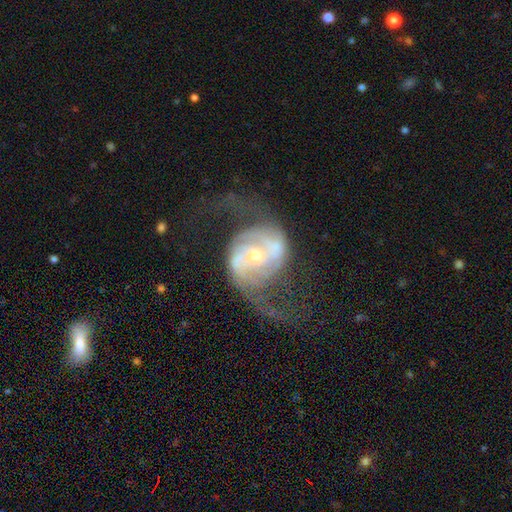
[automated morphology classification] Smooth or featured? Predicted: featured or disk (p=0.89). Edge-on disk? Predicted: no (p=0.97). Bar? Predicted: no (p=0.45). Spiral arms? Predicted: yes (p=0.96). Spiral winding? Predicted: medium (p=0.45). Spiral arm count? Predicted: 2 (p=0.87). Bulge size? Predicted: small (p=0.49). Merging? Predicted: none (p=0.58).